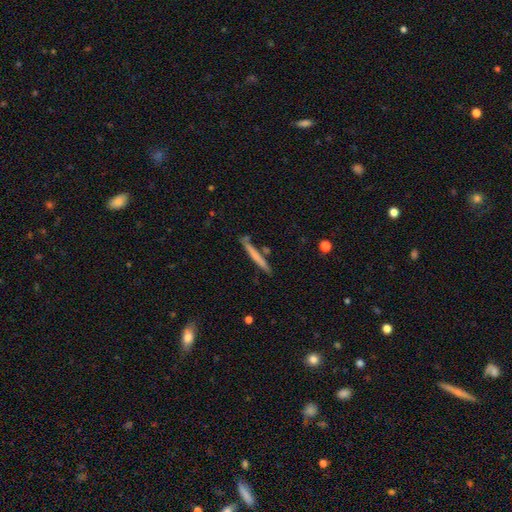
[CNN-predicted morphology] Q: Smooth or featured?
A: smooth (57%); runner-up: featured or disk (38%)
Q: How rounded?
A: cigar-shaped (96%); runner-up: in between (2%)
Q: Merging?
A: none (83%); runner-up: minor disturbance (10%)